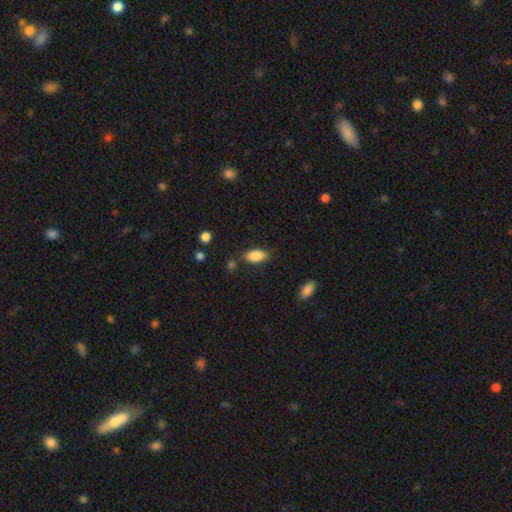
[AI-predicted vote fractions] smooth_or_featured: smooth (p=0.85) [alt: featured or disk p=0.07]
how_rounded: in between (p=0.90) [alt: cigar-shaped p=0.07]
merging: none (p=0.80) [alt: minor disturbance p=0.13]